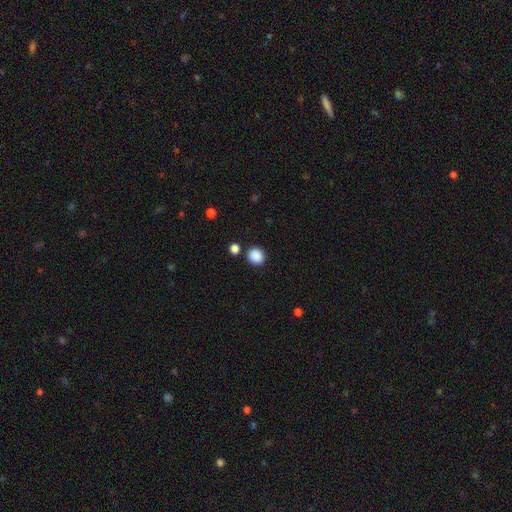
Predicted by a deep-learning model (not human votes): Q: Smooth or featured?
A: smooth (88%); runner-up: star or artifact (9%)
Q: How rounded?
A: round (81%); runner-up: in between (19%)
Q: Merging?
A: none (86%); runner-up: minor disturbance (7%)